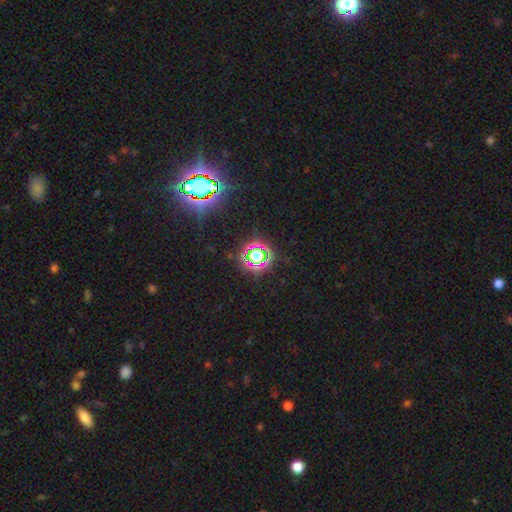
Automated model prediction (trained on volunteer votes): Smooth or featured?
  - star or artifact: 64% *
  - smooth: 27%
  - featured or disk: 9%